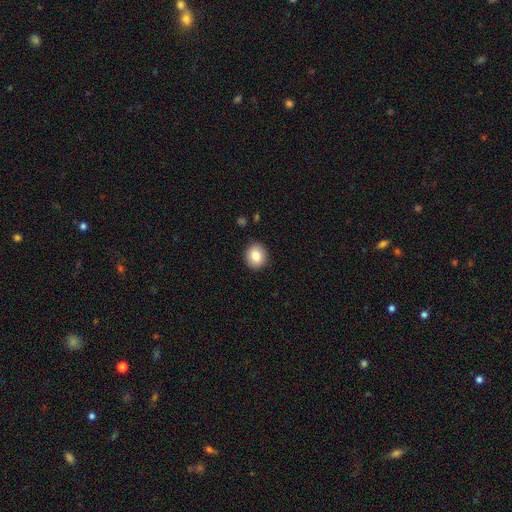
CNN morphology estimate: Smooth or featured? Predicted: smooth (p=0.84). How rounded? Predicted: round (p=0.76). Merging? Predicted: none (p=0.89).